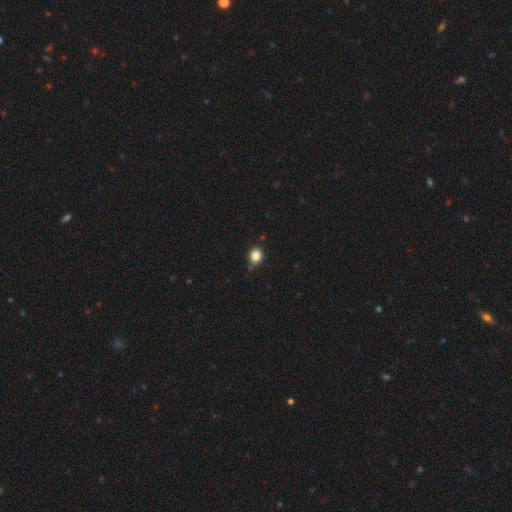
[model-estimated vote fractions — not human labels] smooth 85%, star or artifact 11%, featured or disk 5%. Down the decision tree: how rounded — round (50%); merging — none (84%).